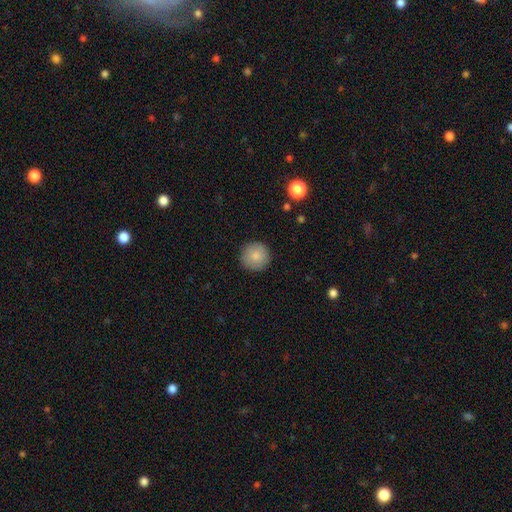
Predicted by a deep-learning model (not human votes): smooth 86%, star or artifact 7%, featured or disk 7%. Down the decision tree: how rounded — round (95%); merging — none (90%).